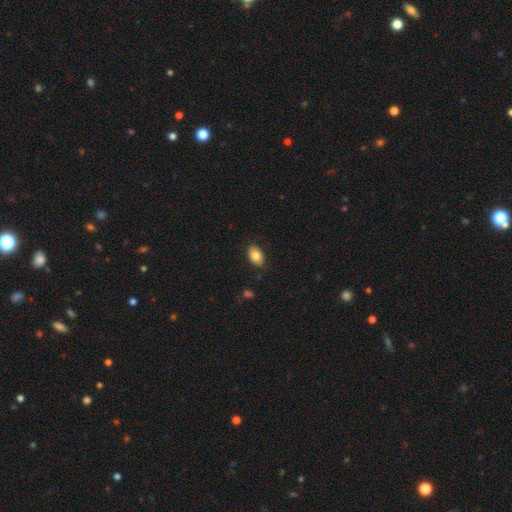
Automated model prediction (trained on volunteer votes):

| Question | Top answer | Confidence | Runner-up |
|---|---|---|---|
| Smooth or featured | smooth | 82% | featured or disk (10%) |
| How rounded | in between | 86% | round (13%) |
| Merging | none | 85% | minor disturbance (11%) |